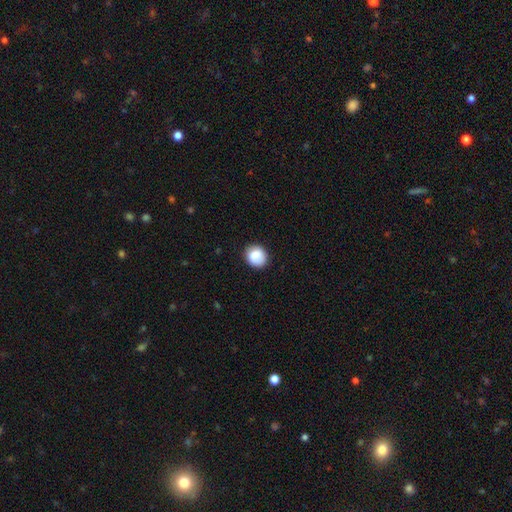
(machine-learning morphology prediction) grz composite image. It shows a smooth galaxy with no disk features (85%) that is round (80%). Merging: none (85%).